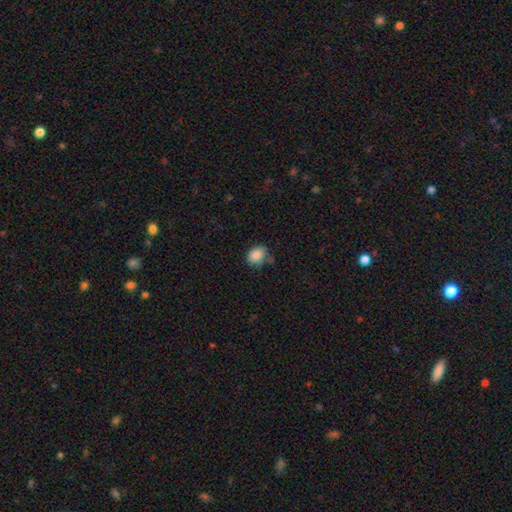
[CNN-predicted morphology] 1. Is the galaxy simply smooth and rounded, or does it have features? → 86% smooth, 9% star or artifact, 5% featured or disk.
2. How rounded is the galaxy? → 55% in between, 44% round, 1% cigar-shaped.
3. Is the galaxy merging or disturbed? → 66% none, 23% minor disturbance, 6% merger, 5% major disturbance.